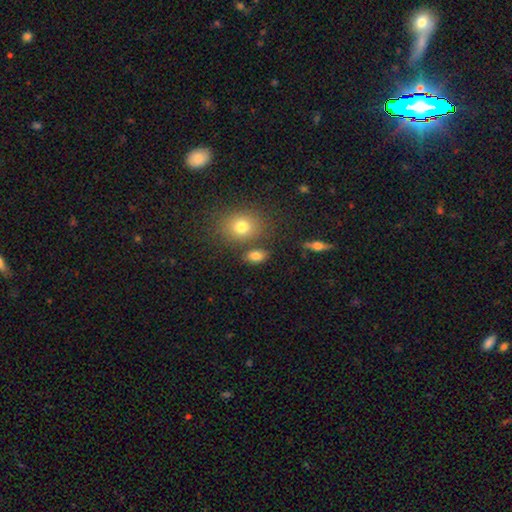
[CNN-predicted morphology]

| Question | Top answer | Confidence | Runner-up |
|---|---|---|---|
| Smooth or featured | smooth | 80% | star or artifact (11%) |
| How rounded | in between | 76% | round (21%) |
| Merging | none | 74% | minor disturbance (11%) |